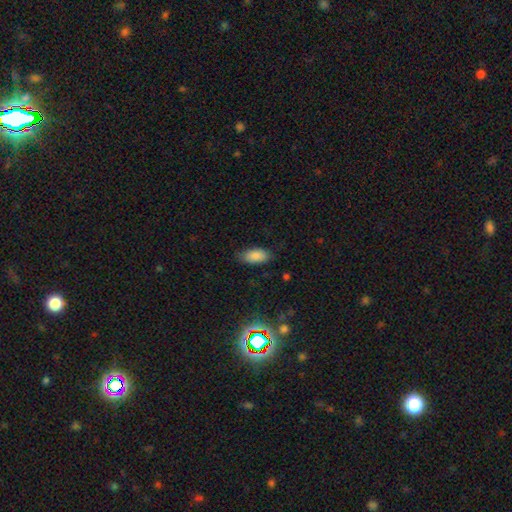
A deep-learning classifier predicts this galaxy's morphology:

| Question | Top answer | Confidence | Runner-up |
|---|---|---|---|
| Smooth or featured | smooth | 86% | star or artifact (9%) |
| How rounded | in between | 91% | cigar-shaped (6%) |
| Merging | none | 80% | minor disturbance (15%) |